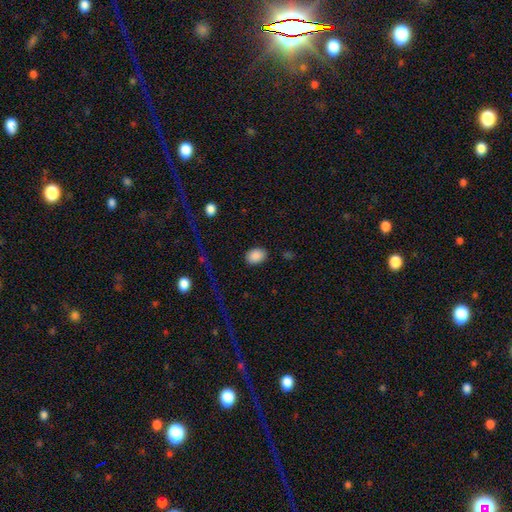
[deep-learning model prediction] This appears to be a smooth galaxy with no disk features (88%) that is in between round and cigar-shaped (71%). Merging: none (86%).